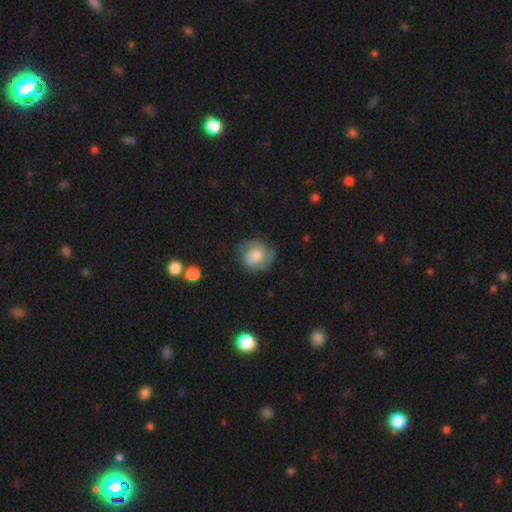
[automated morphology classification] This is possibly a featured or disk galaxy (52%). It is clearly not viewed edge-on (97%). Bar: likely no (72%). Spiral arm pattern: clearly yes (82%). Central bulge: possibly moderate (46%). Merging: likely none (66%).